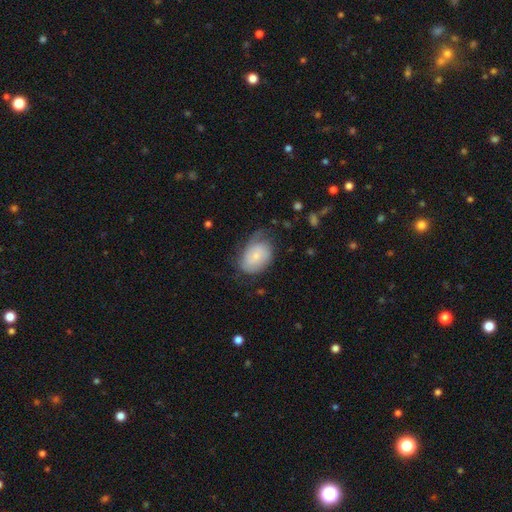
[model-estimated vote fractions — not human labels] smooth-or-featured: smooth: 57% | featured or disk: 36% | star or artifact: 7%
  how-rounded: in between: 79% | round: 19% | cigar-shaped: 1%
  merging: none: 45% | minor disturbance: 34% | major disturbance: 19% | merger: 2%